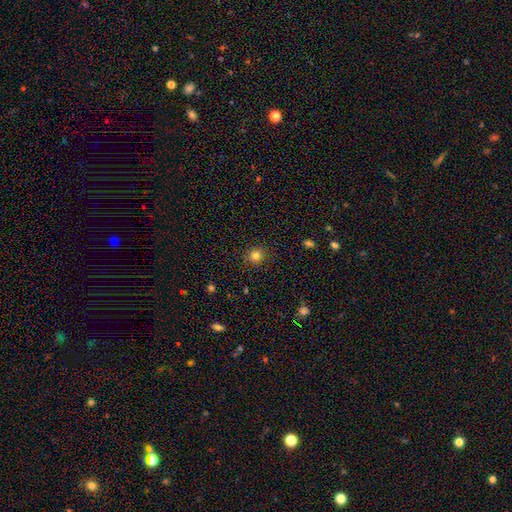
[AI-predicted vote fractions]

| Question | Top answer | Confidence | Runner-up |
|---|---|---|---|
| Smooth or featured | smooth | 81% | star or artifact (13%) |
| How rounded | round | 86% | in between (13%) |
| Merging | none | 90% | minor disturbance (7%) |